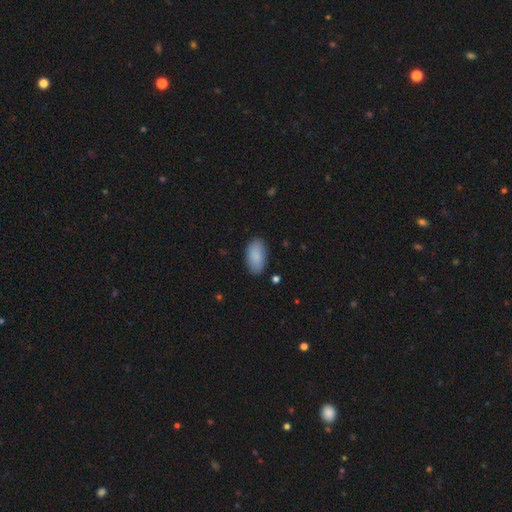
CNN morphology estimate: Q: Smooth or featured?
A: smooth (88%); runner-up: star or artifact (6%)
Q: How rounded?
A: in between (94%); runner-up: cigar-shaped (3%)
Q: Merging?
A: none (85%); runner-up: minor disturbance (12%)